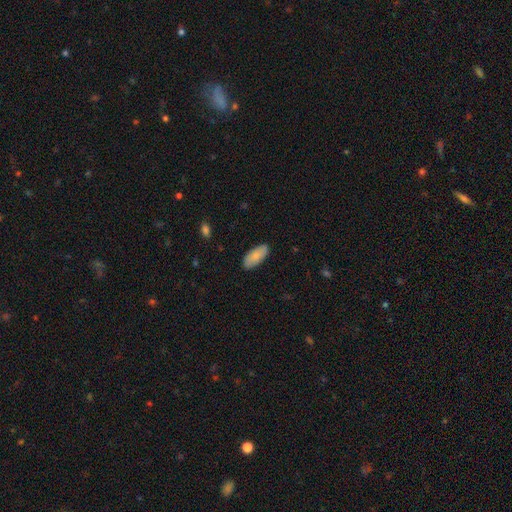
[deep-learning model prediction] A smooth galaxy with no disk features (81%) that is in between round and cigar-shaped (88%). Merging: none (87%).